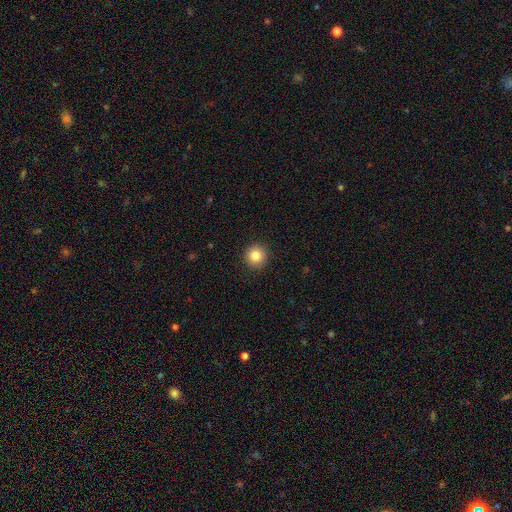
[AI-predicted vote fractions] Smooth or featured? smooth (83%)
How rounded? round (95%)
Merging? none (93%)